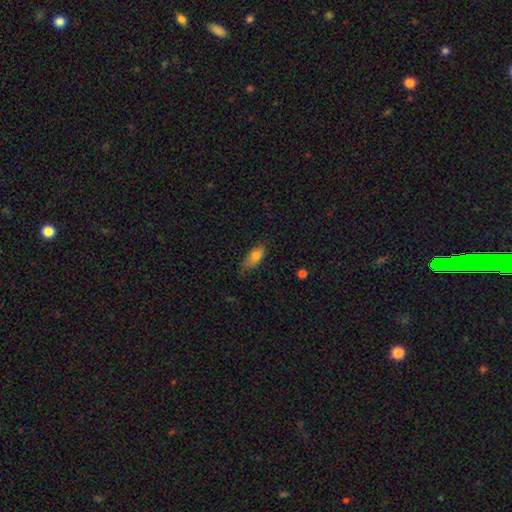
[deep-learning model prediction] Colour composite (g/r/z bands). It shows a smooth galaxy with no disk features (77%) that is in between round and cigar-shaped (78%). Merging: none (62%).